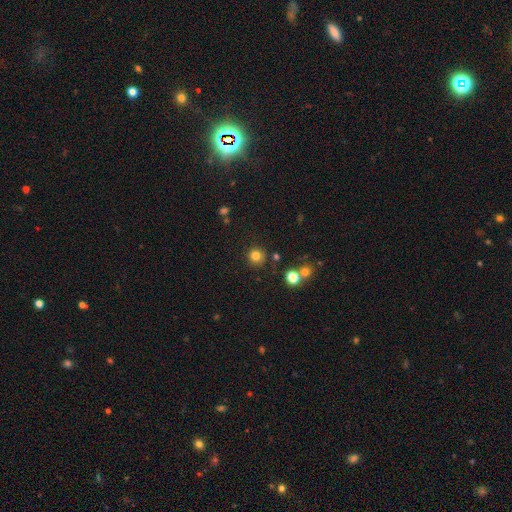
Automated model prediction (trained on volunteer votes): Smooth or featured: smooth — 80% (star or artifact — 14%)
How rounded: round — 94% (in between — 6%)
Merging: none — 86% (minor disturbance — 7%)